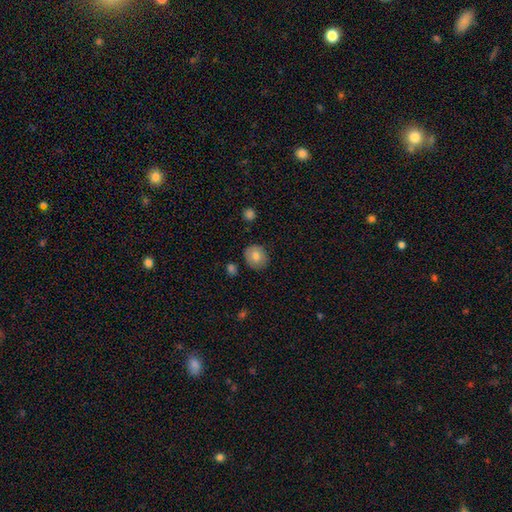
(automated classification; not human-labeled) Smooth or featured: smooth — 77% (featured or disk — 15%)
How rounded: round — 78% (in between — 21%)
Merging: none — 83% (minor disturbance — 12%)